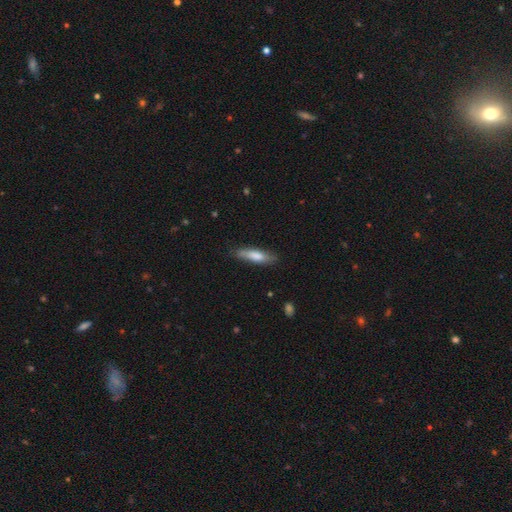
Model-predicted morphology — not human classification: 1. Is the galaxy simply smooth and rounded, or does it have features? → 74% smooth, 20% featured or disk, 6% star or artifact.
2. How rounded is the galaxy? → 69% cigar-shaped, 30% in between, 2% round.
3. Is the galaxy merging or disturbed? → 75% none, 20% minor disturbance, 4% major disturbance, 2% merger.